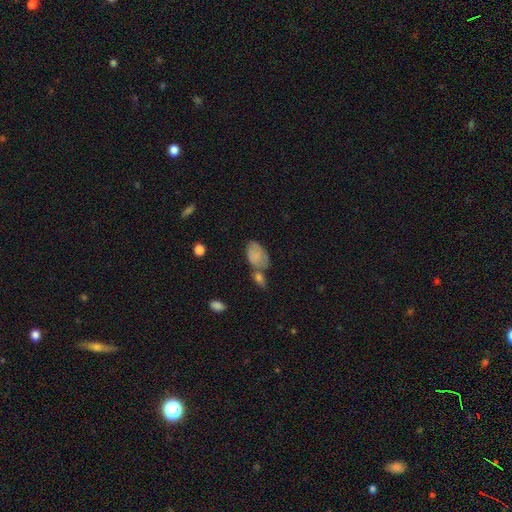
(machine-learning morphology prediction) The model was most divided on "merging" (2-way tie): merger: 35%, none: 35%, minor disturbance: 20%, major disturbance: 10%. More confident: how rounded — in between (91%); smooth or featured — smooth (73%).